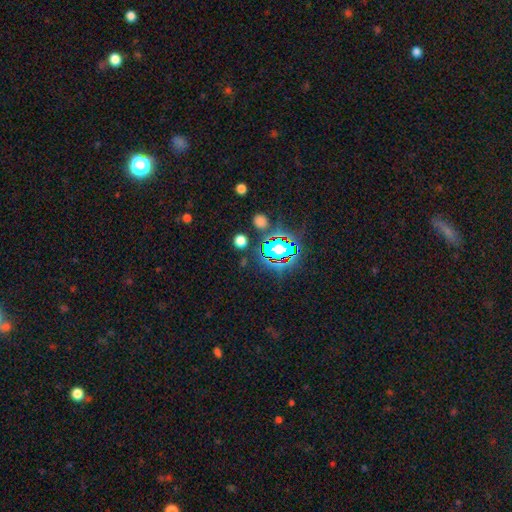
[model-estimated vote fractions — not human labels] Smooth or featured: star or artifact — 80% (smooth — 13%)